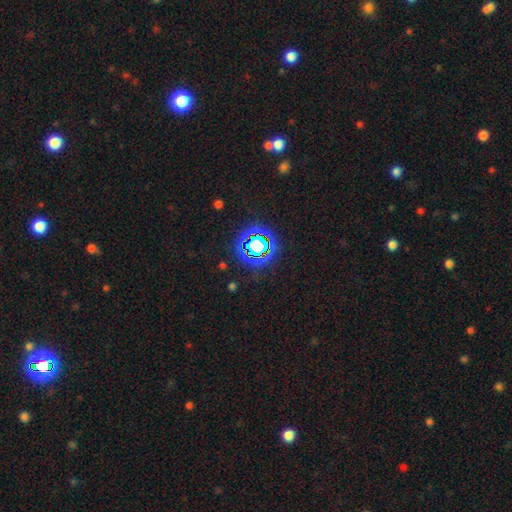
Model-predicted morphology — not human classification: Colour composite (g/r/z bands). It shows a star or artifact, not a galaxy (78%).